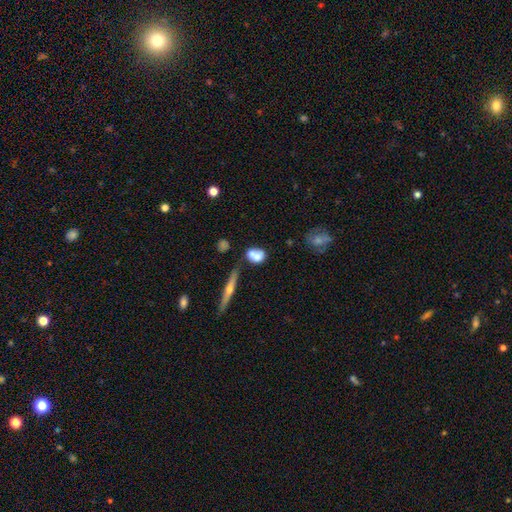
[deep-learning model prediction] A smooth galaxy with no disk features (67%) that is in between round and cigar-shaped (55%).

Vote fractions:
- Smooth or featured? smooth: 67% / featured or disk: 24% / star or artifact: 9%
- How rounded? in between: 55% / round: 39% / cigar-shaped: 6%
- Merging? merger: 43% / none: 36% / minor disturbance: 15% / major disturbance: 7%